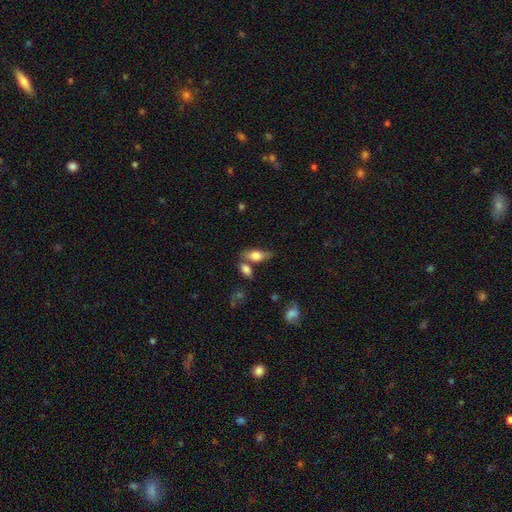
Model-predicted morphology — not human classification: This appears to be a smooth galaxy with no disk features (74%) that is in between round and cigar-shaped (81%). Merging: none (57%).